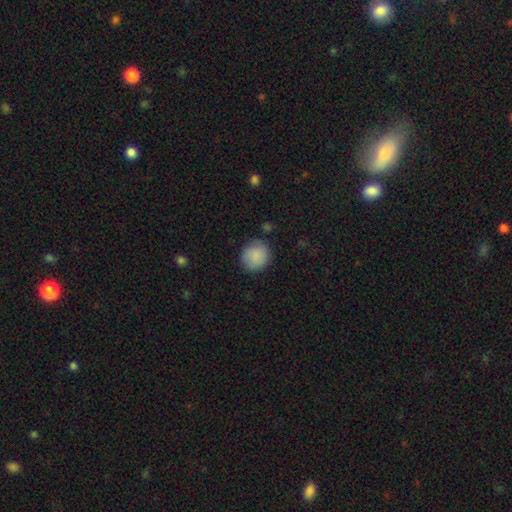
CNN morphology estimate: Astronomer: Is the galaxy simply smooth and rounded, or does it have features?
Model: smooth — 88%.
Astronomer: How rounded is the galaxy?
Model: round — 84%.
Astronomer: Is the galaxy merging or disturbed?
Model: none — 83%.